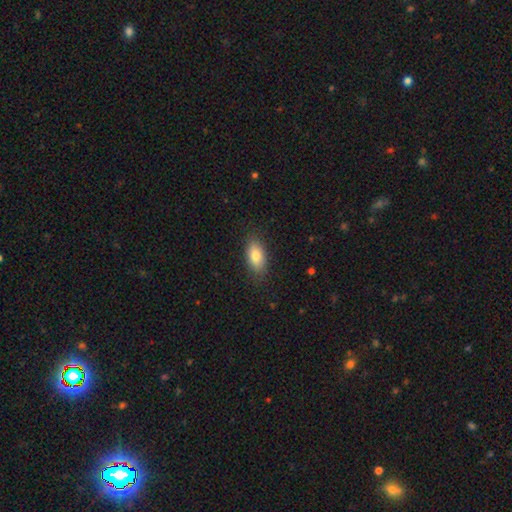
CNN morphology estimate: type=smooth (81%); roundness=in between (88%); merging=none (85%).